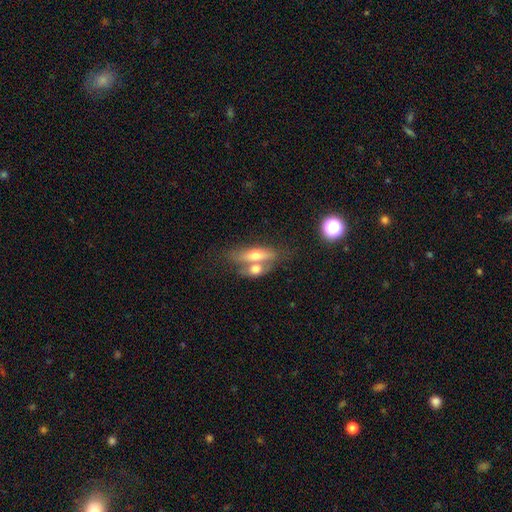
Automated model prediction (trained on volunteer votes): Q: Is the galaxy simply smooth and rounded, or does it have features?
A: smooth — 55%.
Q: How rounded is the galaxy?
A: in between — 56%.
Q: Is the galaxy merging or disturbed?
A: merger — 50%.